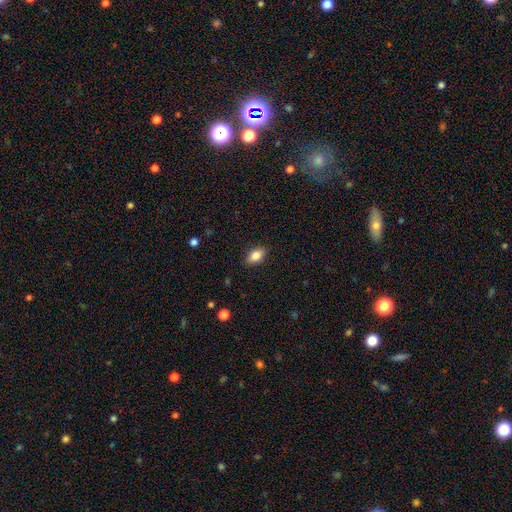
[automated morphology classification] Overall: smooth (83%). How rounded: in between (89%). Merging: none (87%).